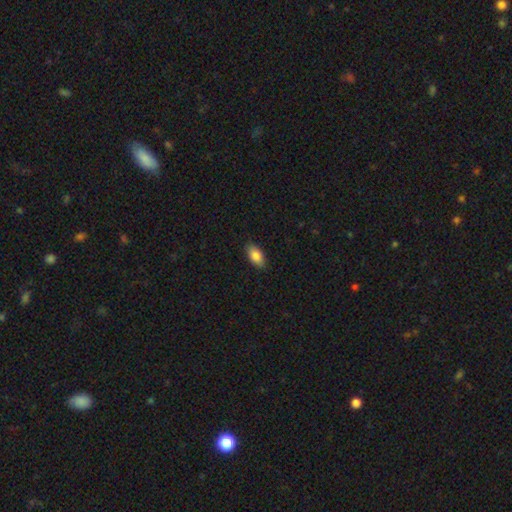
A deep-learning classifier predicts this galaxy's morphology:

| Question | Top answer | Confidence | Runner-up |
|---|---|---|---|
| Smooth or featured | smooth | 86% | featured or disk (8%) |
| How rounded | in between | 90% | cigar-shaped (6%) |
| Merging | none | 87% | minor disturbance (10%) |